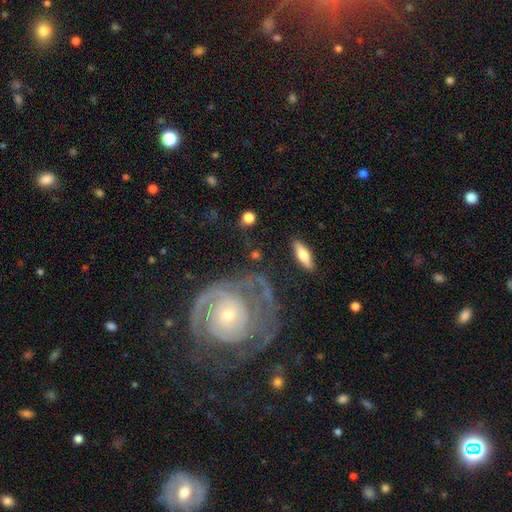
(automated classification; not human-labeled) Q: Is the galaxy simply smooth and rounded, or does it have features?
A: featured or disk — 66%.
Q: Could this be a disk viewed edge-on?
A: no — 88%.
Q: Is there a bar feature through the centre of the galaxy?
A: no — 72%.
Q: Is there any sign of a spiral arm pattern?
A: yes — 80%.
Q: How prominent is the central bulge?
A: small — 61%.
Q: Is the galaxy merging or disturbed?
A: none — 63%.